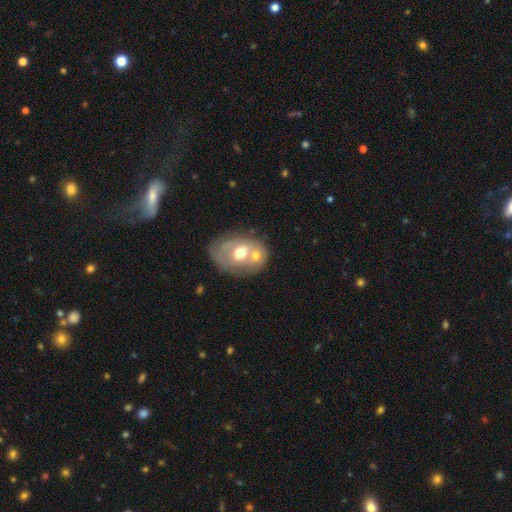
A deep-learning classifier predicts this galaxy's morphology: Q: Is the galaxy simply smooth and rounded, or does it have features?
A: smooth — 50%.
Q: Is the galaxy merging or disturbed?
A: merger — 54%.